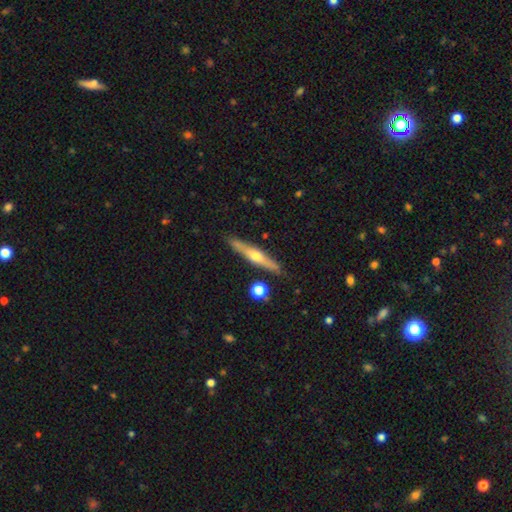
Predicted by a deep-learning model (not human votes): Overall: featured or disk (63%; smooth 31%). Edge-on disk: yes (95%). Edge-on bulge: rounded (89%). Merging: none (87%).